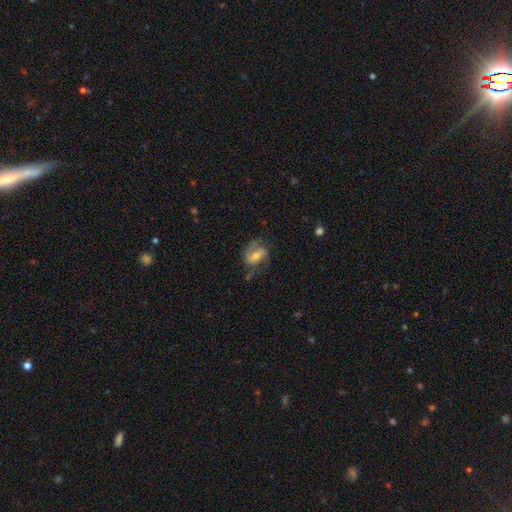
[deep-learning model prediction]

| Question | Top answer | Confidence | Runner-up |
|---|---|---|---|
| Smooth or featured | featured or disk | 61% | smooth (32%) |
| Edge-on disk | no | 96% | yes (4%) |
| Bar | weak | 40% | strong (33%) |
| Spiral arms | yes | 82% | no (18%) |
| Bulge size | moderate | 52% | small (37%) |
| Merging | none | 56% | minor disturbance (24%) |